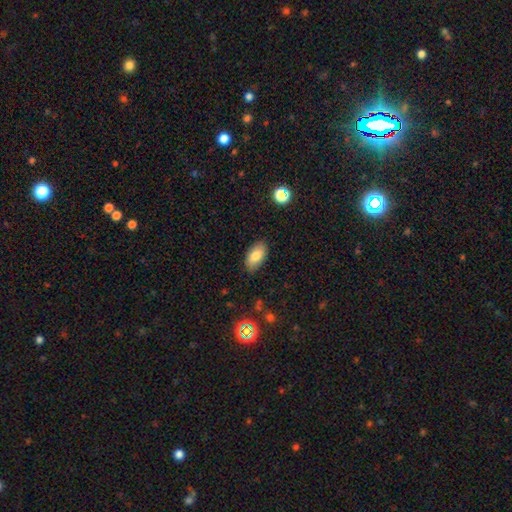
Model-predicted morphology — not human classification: Smooth or featured?
  - smooth: 80% *
  - featured or disk: 12%
  - star or artifact: 8%
How rounded?
  - in between: 93% *
  - round: 4%
  - cigar-shaped: 3%
Merging?
  - none: 85% *
  - minor disturbance: 12%
  - major disturbance: 2%
  - merger: 1%